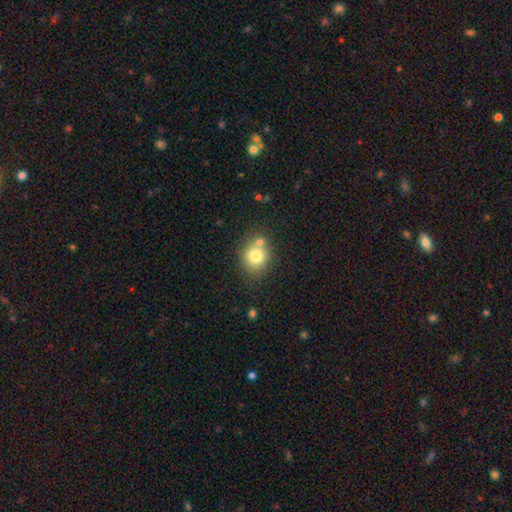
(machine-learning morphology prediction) This appears to be a smooth galaxy with no disk features (77%) that is round (74%). Merging: none (61%).